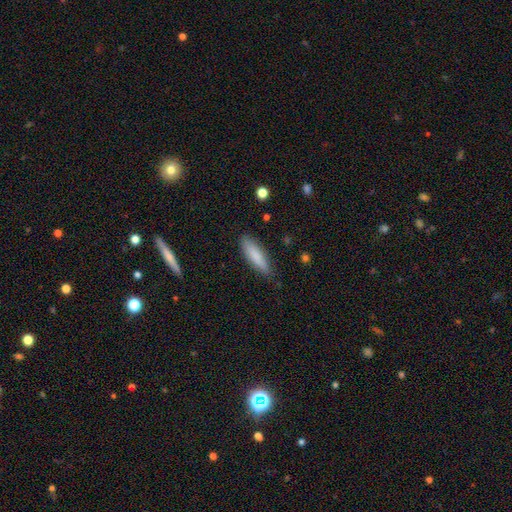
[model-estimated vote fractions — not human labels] The model was most divided on "how rounded": cigar-shaped: 59%, in between: 40%, round: 1%. More confident: smooth or featured — smooth (82%); merging — none (82%).